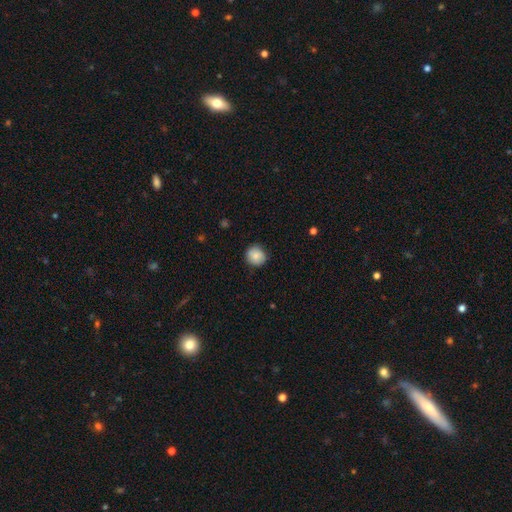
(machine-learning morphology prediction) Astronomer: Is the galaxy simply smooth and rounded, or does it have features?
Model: smooth — 84%.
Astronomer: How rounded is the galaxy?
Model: round — 89%.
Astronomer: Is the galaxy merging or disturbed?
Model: none — 84%.